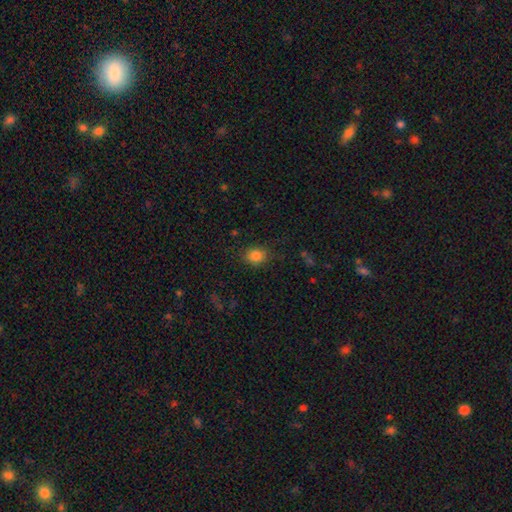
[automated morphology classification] This appears to be a smooth galaxy with no disk features (84%) that is round (59%). Merging: none (82%).